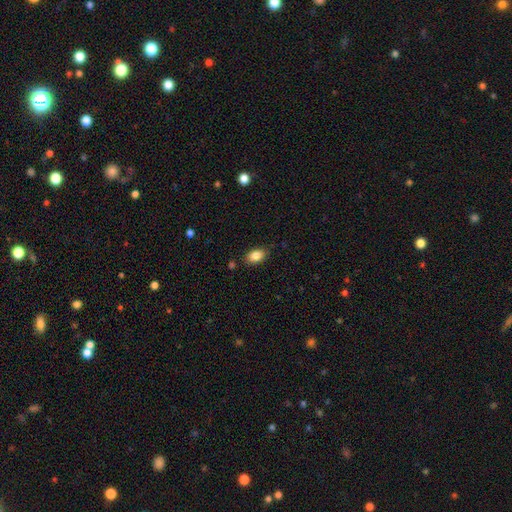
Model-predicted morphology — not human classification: The model was most divided on "merging": none: 85%, minor disturbance: 11%, major disturbance: 3%, merger: 2%. More confident: how rounded — in between (90%); smooth or featured — smooth (87%).